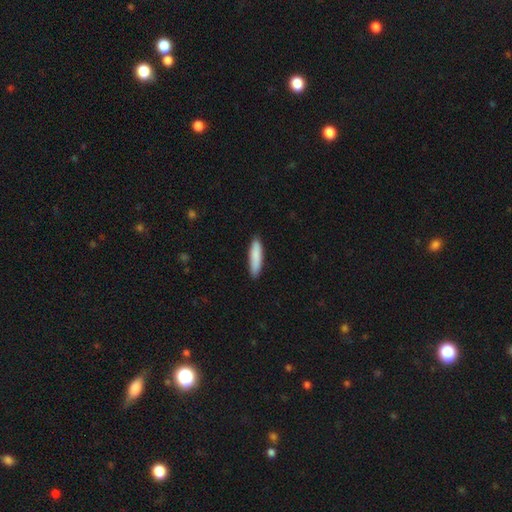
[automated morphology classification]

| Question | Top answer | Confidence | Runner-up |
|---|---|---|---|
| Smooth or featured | smooth | 86% | featured or disk (8%) |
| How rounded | cigar-shaped | 76% | in between (22%) |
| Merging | none | 89% | minor disturbance (9%) |